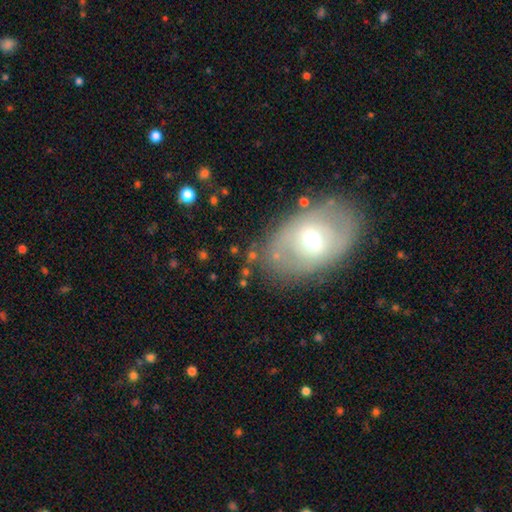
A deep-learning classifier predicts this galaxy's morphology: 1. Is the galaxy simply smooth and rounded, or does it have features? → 45% smooth, 43% featured or disk, 12% star or artifact.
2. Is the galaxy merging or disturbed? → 71% none, 16% minor disturbance, 9% major disturbance, 4% merger.